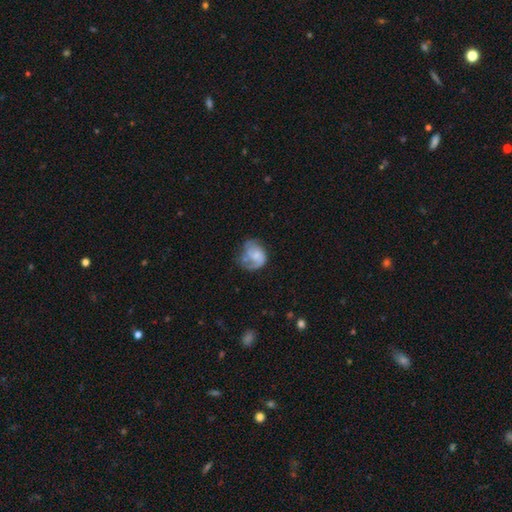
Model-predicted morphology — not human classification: Q: Smooth or featured?
A: featured or disk (64%); runner-up: smooth (29%)
Q: Edge-on disk?
A: no (98%); runner-up: yes (2%)
Q: Bar?
A: no (67%); runner-up: weak (28%)
Q: Spiral arms?
A: yes (85%); runner-up: no (15%)
Q: Spiral winding?
A: medium (42%); runner-up: tight (29%)
Q: Spiral arm count?
A: 2 (53%); runner-up: 1 (24%)
Q: Bulge size?
A: small (40%); runner-up: moderate (28%)
Q: Merging?
A: none (44%); runner-up: minor disturbance (26%)